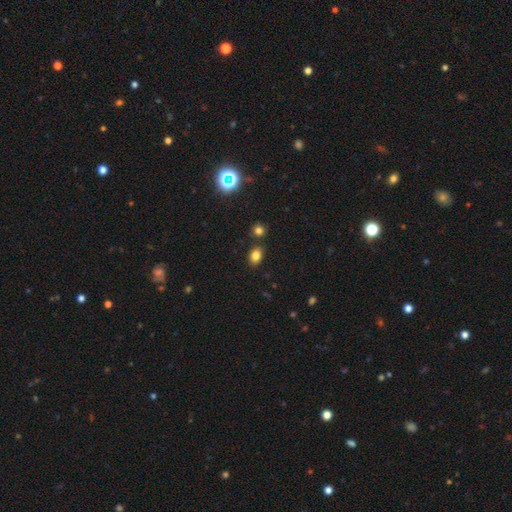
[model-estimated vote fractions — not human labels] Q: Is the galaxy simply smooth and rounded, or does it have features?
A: smooth — 81%.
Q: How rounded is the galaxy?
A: in between — 66%.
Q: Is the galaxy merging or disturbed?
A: none — 81%.